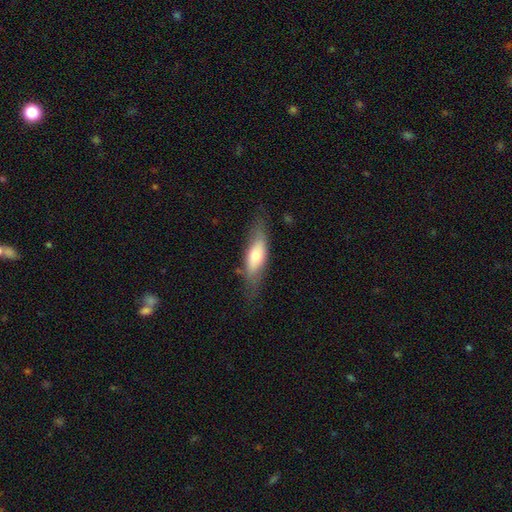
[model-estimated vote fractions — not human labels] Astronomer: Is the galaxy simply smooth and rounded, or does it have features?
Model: smooth — 57% (runner-up: featured or disk, 37%).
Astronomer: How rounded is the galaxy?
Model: in between — 56% (runner-up: cigar-shaped, 41%).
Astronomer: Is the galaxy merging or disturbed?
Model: none — 69%.